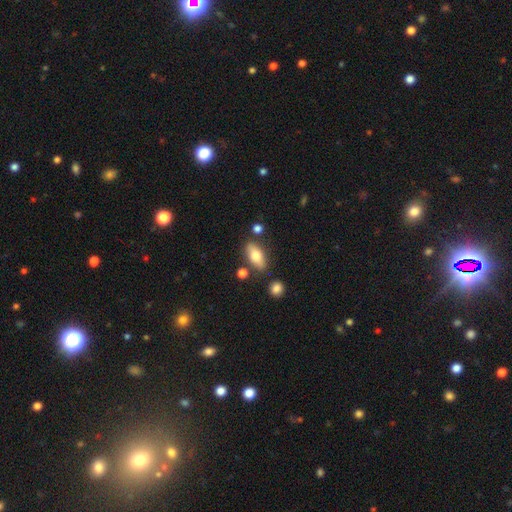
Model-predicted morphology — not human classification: smooth_or_featured: smooth (p=0.71) [alt: featured or disk p=0.21]
how_rounded: in between (p=0.79) [alt: cigar-shaped p=0.16]
merging: none (p=0.78) [alt: minor disturbance p=0.13]